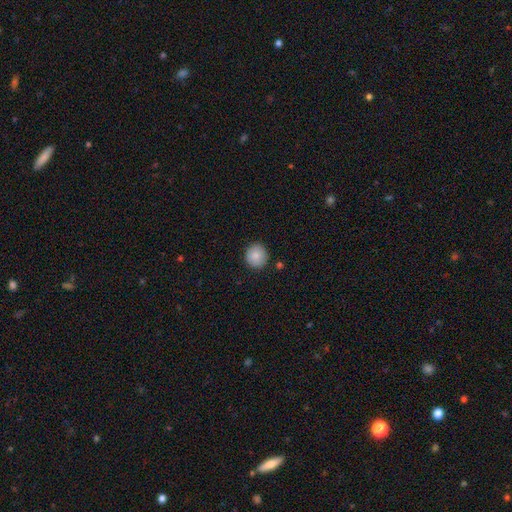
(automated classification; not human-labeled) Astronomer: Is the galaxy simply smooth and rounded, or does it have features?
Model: smooth — 85%.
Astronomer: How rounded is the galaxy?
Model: round — 92%.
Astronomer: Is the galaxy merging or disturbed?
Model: none — 88%.